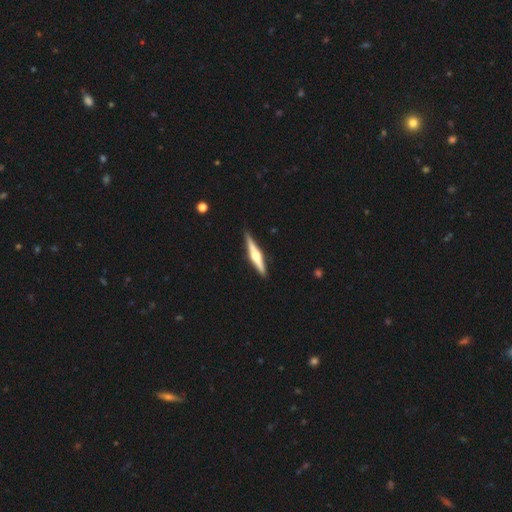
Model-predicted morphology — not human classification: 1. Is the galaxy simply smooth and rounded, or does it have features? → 74% featured or disk, 21% smooth, 5% star or artifact.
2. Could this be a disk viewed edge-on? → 98% yes, 2% no.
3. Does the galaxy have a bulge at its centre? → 93% rounded, 4% boxy, 3% none.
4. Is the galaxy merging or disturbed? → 92% none, 6% minor disturbance, 1% major disturbance, 1% merger.